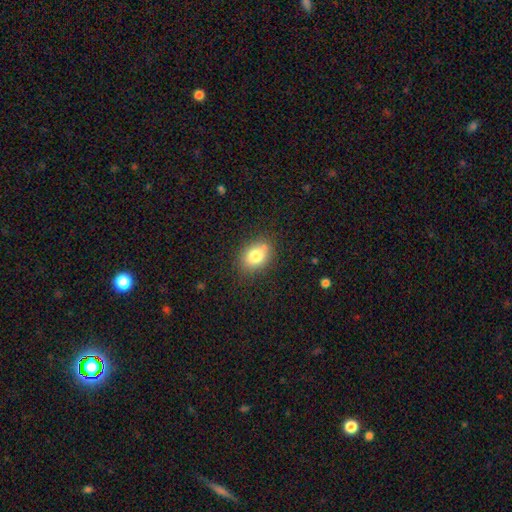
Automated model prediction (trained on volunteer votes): This appears to be a smooth galaxy with no disk features (80%) that is in between round and cigar-shaped (71%). Merging: none (76%).